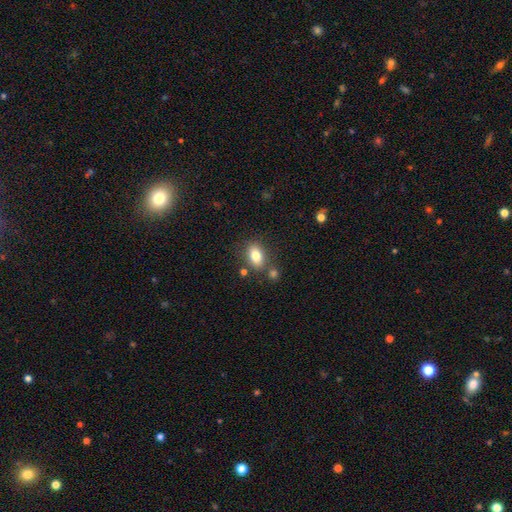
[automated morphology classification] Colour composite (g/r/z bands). It shows a smooth galaxy with no disk features (81%) that is in between round and cigar-shaped (83%). Merging: none (72%).